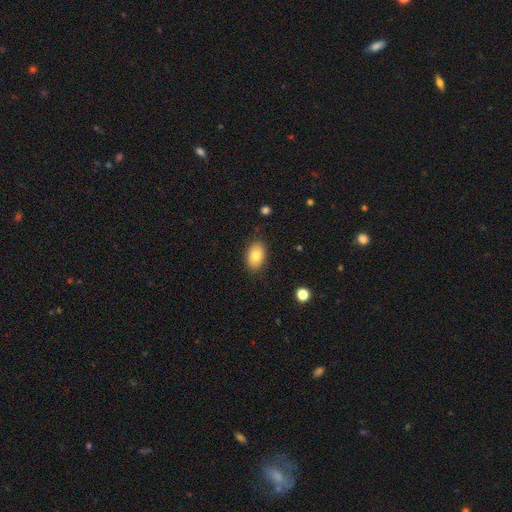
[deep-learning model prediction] Overall: smooth (80%). How rounded: in between (87%). Merging: none (85%).